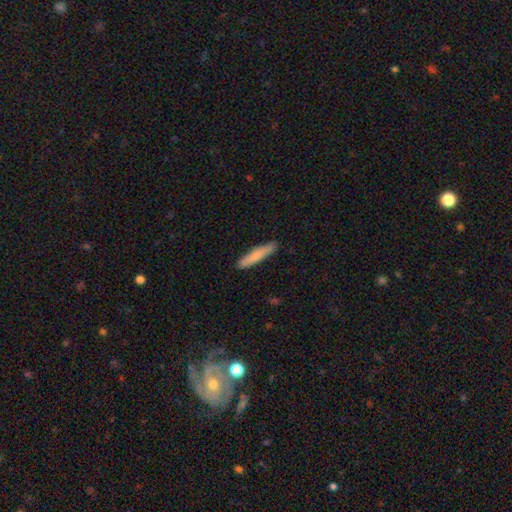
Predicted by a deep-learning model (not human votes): A smooth galaxy with no disk features (77%) that is cigar-shaped (90%).

Vote fractions:
- Smooth or featured? smooth: 77% / featured or disk: 17% / star or artifact: 5%
- How rounded? cigar-shaped: 90% / in between: 8% / round: 1%
- Merging? none: 89% / minor disturbance: 8% / major disturbance: 2% / merger: 1%